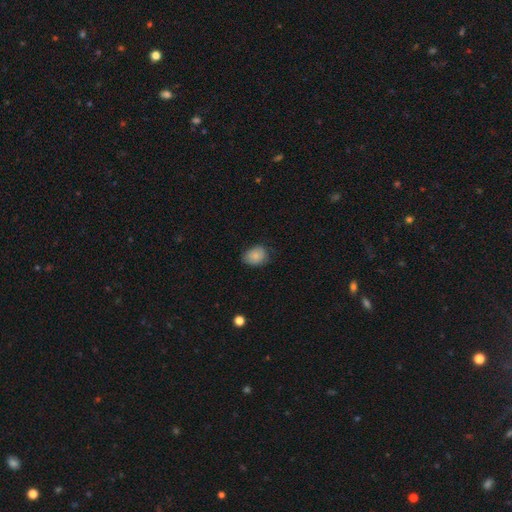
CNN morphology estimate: type=smooth (85%); roundness=in between (64%); merging=none (70%).